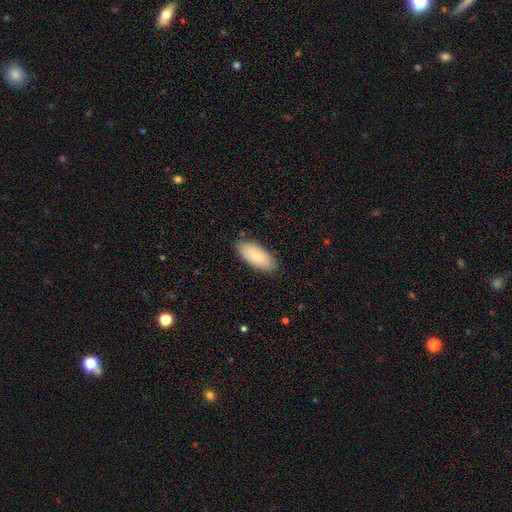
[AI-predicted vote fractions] Overall: smooth (77%). How rounded: in between (89%). Merging: none (84%).